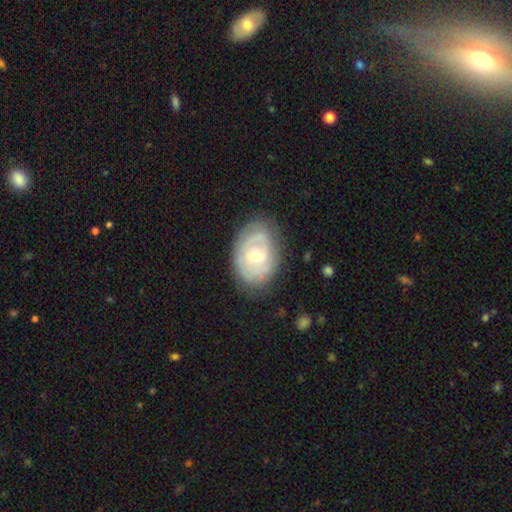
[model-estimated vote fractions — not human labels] Smooth or featured? featured or disk (58%)
Edge-on disk? no (94%)
Bar? no (69%)
Spiral arms? no (54%)
Bulge size? moderate (69%)
Merging? none (72%)